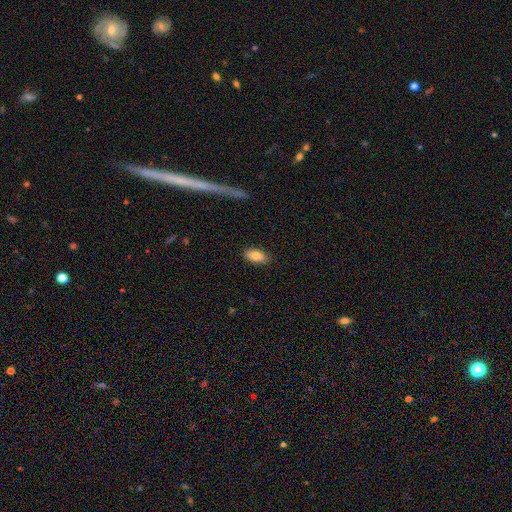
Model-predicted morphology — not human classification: Smooth or featured: smooth — 83% (featured or disk — 10%)
How rounded: in between — 91% (cigar-shaped — 5%)
Merging: none — 87% (minor disturbance — 10%)